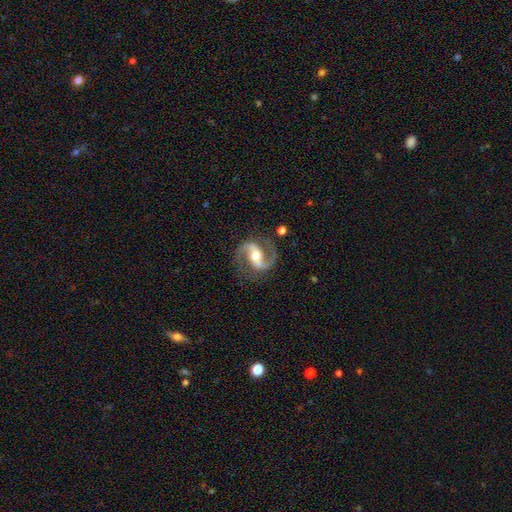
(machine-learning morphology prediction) Smooth or featured? Predicted: featured or disk (p=0.92). Edge-on disk? Predicted: no (p=0.98). Bar? Predicted: strong (p=0.43). Spiral arms? Predicted: yes (p=0.98). Spiral winding? Predicted: medium (p=0.60). Spiral arm count? Predicted: 2 (p=0.94). Bulge size? Predicted: moderate (p=0.71). Merging? Predicted: none (p=0.83).